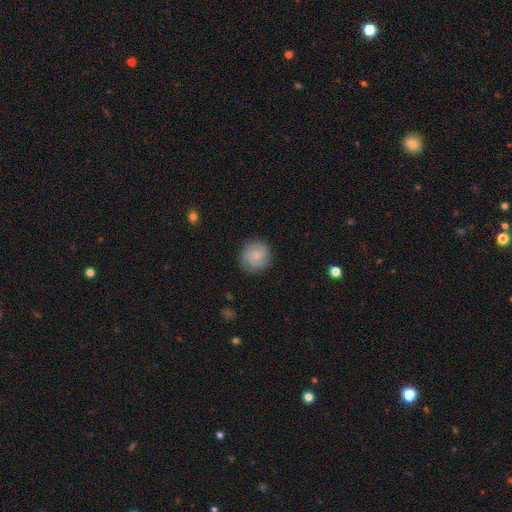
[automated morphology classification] The model was most divided on "smooth or featured": smooth: 80%, featured or disk: 14%, star or artifact: 7%. More confident: how rounded — round (89%); merging — none (81%).